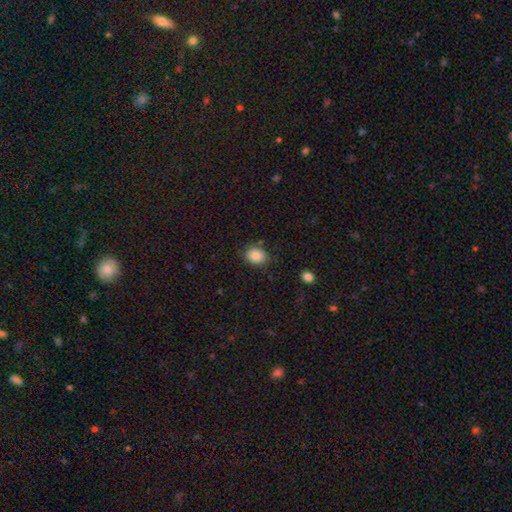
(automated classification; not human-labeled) Morphology: type=smooth (87%); roundness=in between (56%); merging=none (80%).